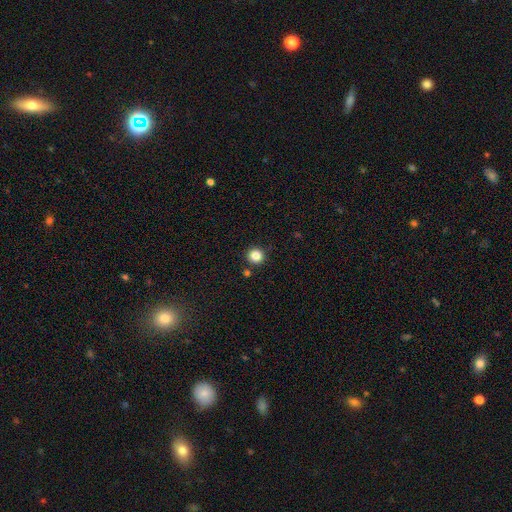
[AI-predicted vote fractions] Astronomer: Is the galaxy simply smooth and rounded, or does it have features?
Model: smooth — 84%.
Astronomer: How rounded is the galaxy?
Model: round — 94%.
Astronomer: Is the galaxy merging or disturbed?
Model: none — 89%.